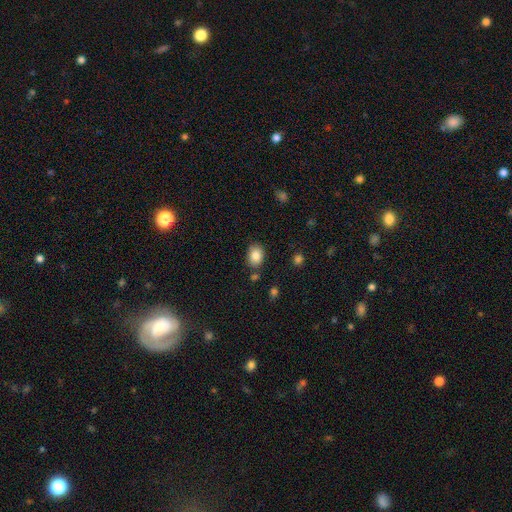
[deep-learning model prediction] Smooth or featured?
  - smooth: 85% *
  - star or artifact: 8%
  - featured or disk: 7%
How rounded?
  - in between: 69% *
  - round: 30%
  - cigar-shaped: 1%
Merging?
  - none: 80% *
  - minor disturbance: 13%
  - merger: 5%
  - major disturbance: 3%